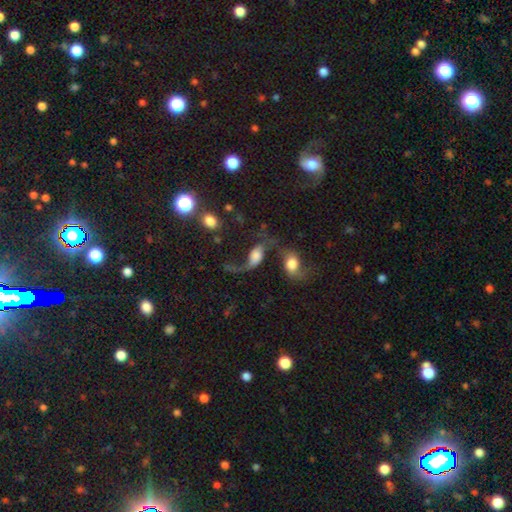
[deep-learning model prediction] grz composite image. It shows a featured or disk galaxy (63%) with no bar (59%), 2 (76%) loose (91%) spiral arms (87%) and a large central bulge (34%). Merging: merger (31%).